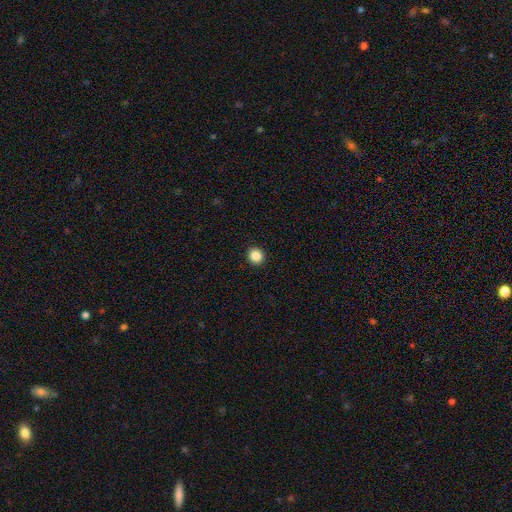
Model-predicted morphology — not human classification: This appears to be a smooth galaxy with no disk features (86%) that is round (91%). Merging: none (94%).